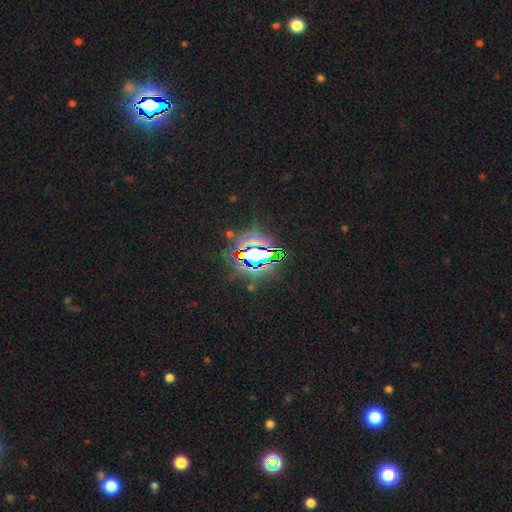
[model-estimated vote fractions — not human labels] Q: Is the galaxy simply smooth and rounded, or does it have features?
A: star or artifact — 83%.